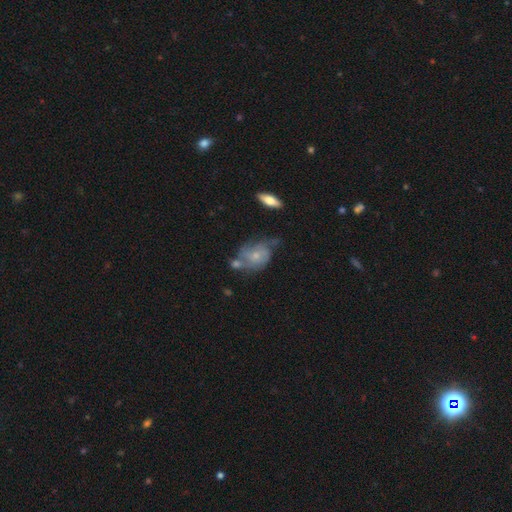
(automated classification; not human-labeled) smooth-or-featured: featured or disk: 62% | smooth: 30% | star or artifact: 8%
  disk-edge-on: no: 96% | yes: 4%
    bar: no: 78% | weak: 19% | strong: 3%
    has-spiral-arms: yes: 78% | no: 22%
    bulge-size: small: 65% | moderate: 29% | none: 4% | large: 2% | dominant: 1%
  merging: none: 39% | minor disturbance: 28% | merger: 18% | major disturbance: 16%